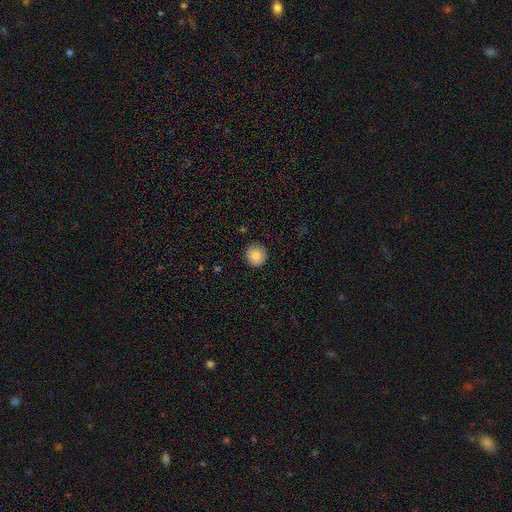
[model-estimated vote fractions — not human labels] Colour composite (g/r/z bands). It shows a smooth galaxy with no disk features (82%) that is round (93%). Merging: none (86%).